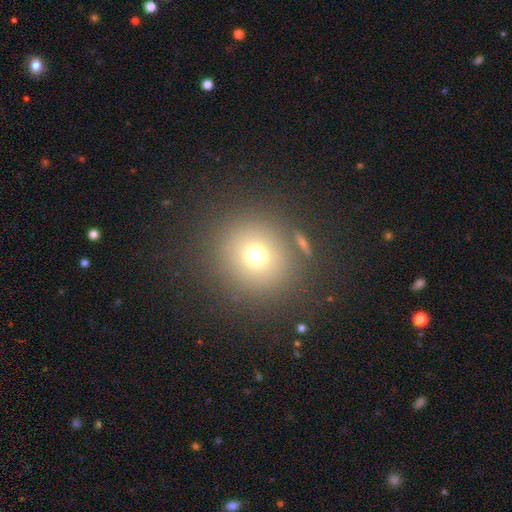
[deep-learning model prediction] This is likely a smooth galaxy (69%). How rounded: clearly round (91%). Merging: clearly none (82%).